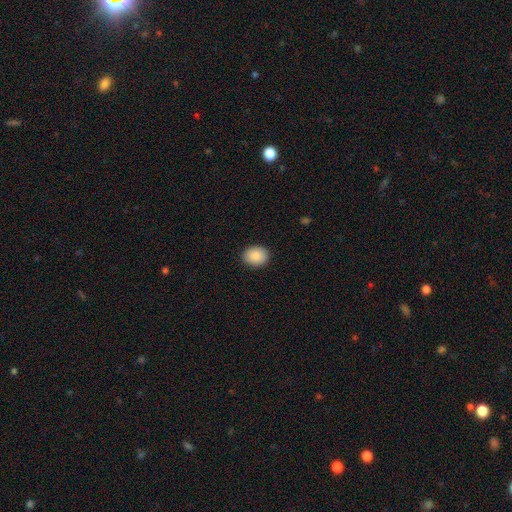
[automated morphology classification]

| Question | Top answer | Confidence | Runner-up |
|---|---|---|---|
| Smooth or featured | smooth | 89% | star or artifact (7%) |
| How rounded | round | 55% | in between (44%) |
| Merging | none | 90% | minor disturbance (7%) |